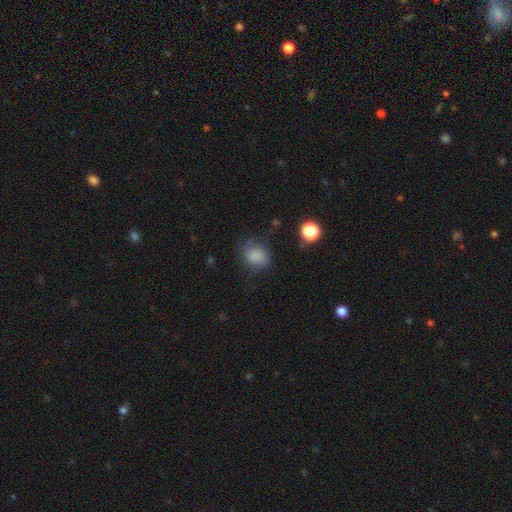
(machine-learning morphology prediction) type=smooth (75%); roundness=round (54%); merging=none (55%).